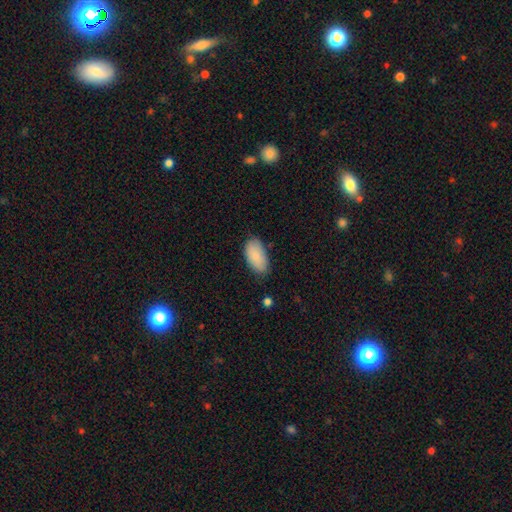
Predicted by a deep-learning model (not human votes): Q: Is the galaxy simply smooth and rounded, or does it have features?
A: smooth — 86%.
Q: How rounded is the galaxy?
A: in between — 95%.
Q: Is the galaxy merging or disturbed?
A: none — 77%.